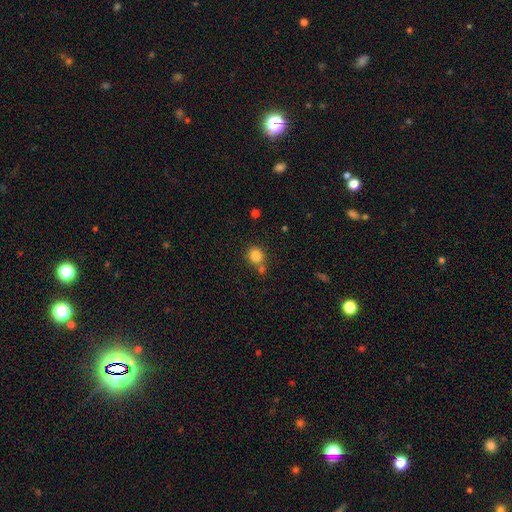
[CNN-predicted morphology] This appears to be a smooth galaxy with no disk features (83%) that is round (81%). Merging: none (65%).